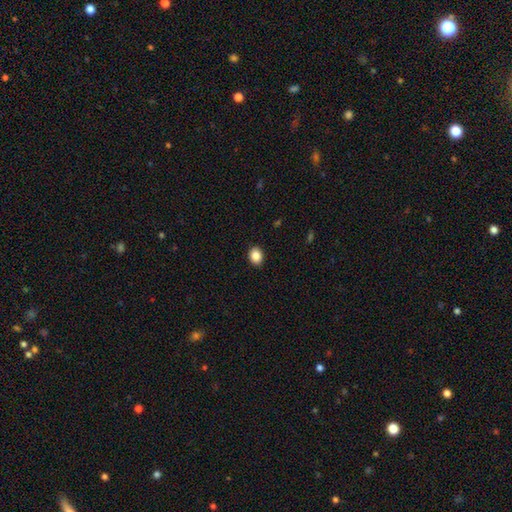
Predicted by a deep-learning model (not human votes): A smooth galaxy with no disk features (87%) that is in between round and cigar-shaped (51%).

Vote fractions:
- Smooth or featured? smooth: 87% / star or artifact: 9% / featured or disk: 4%
- How rounded? in between: 51% / round: 48% / cigar-shaped: 1%
- Merging? none: 91% / minor disturbance: 6% / major disturbance: 2% / merger: 1%